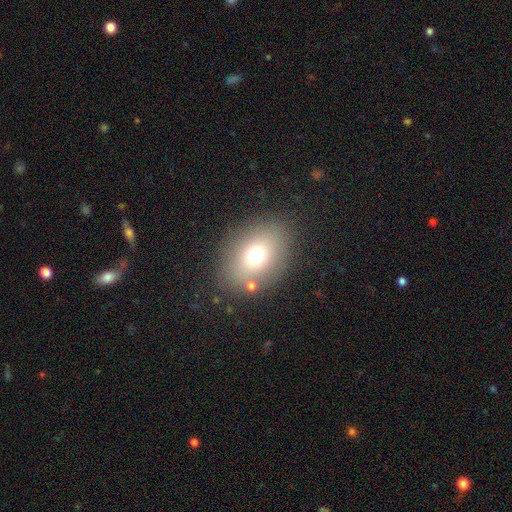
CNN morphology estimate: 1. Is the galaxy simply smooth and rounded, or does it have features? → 70% smooth, 15% featured or disk, 15% star or artifact.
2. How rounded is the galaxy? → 67% in between, 32% round, 1% cigar-shaped.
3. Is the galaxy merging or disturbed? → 81% none, 10% minor disturbance, 5% major disturbance, 4% merger.